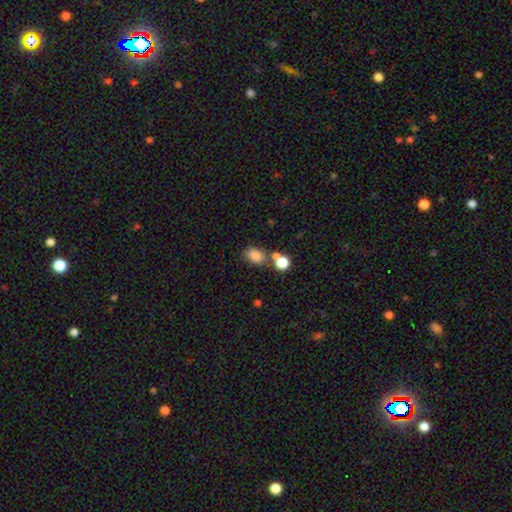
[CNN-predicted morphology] Smooth or featured?
  - smooth: 82% *
  - star or artifact: 12%
  - featured or disk: 7%
How rounded?
  - in between: 80% *
  - round: 18%
  - cigar-shaped: 2%
Merging?
  - none: 55% *
  - merger: 25%
  - minor disturbance: 14%
  - major disturbance: 6%